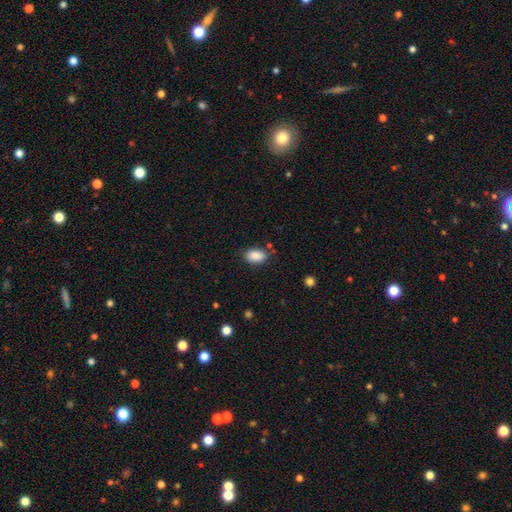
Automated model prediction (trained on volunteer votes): The model was most divided on "merging": none: 81%, minor disturbance: 14%, major disturbance: 3%, merger: 2%. More confident: how rounded — in between (90%); smooth or featured — smooth (89%).